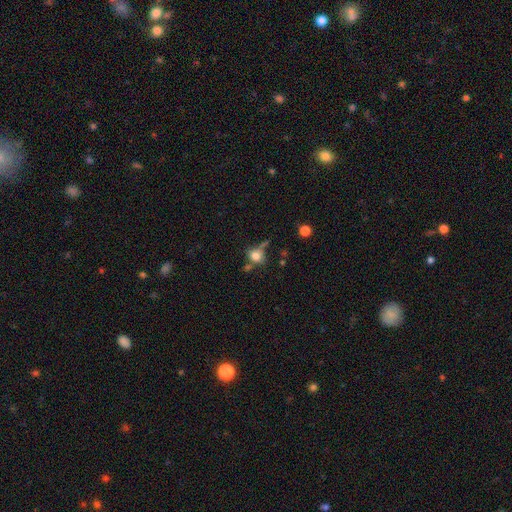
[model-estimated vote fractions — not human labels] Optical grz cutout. It shows a smooth galaxy with no disk features (75%) that is round (71%). Merging: none (50%).